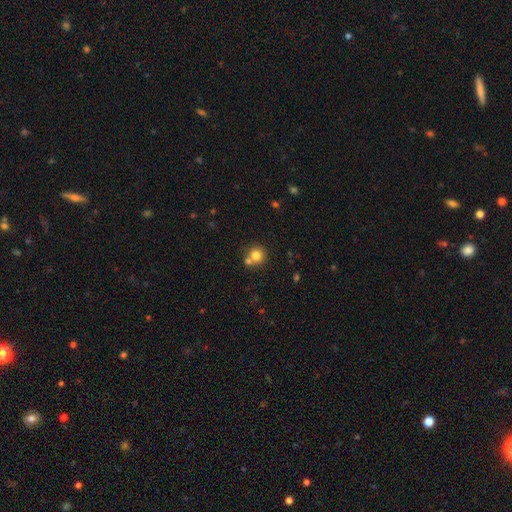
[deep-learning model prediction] This appears to be a smooth galaxy with no disk features (78%) that is round (89%). Merging: none (56%).